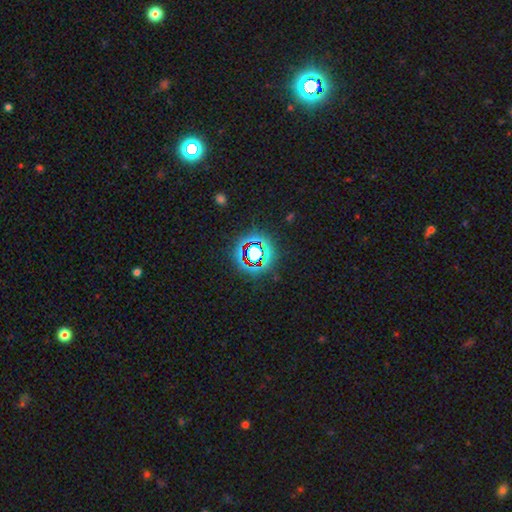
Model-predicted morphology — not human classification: The model was most divided on "smooth or featured": star or artifact: 76%, smooth: 14%, featured or disk: 10%.